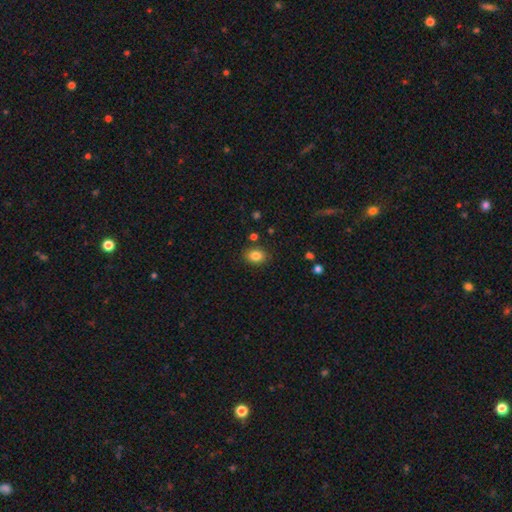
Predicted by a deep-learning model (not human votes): This is clearly a smooth galaxy (84%). How rounded: possibly in between (59%). Merging: clearly none (84%).